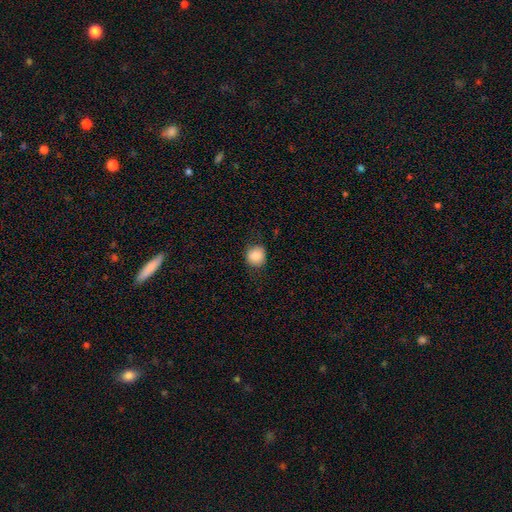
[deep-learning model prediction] smooth 85%, star or artifact 9%, featured or disk 6%. Down the decision tree: how rounded — round (84%); merging — none (80%).